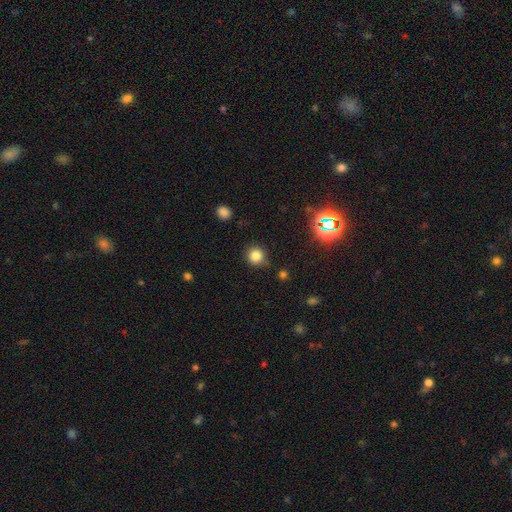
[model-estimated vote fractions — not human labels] smooth_or_featured: smooth (p=0.81) [alt: star or artifact p=0.14]
how_rounded: round (p=0.91) [alt: in between p=0.08]
merging: none (p=0.83) [alt: minor disturbance p=0.11]